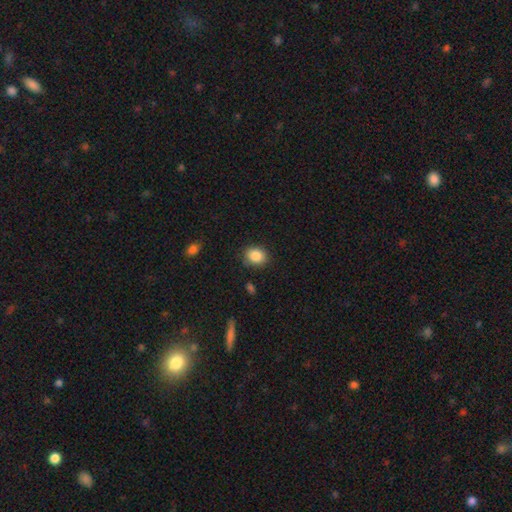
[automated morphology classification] Smooth or featured? Predicted: smooth (p=0.87). How rounded? Predicted: round (p=0.60). Merging? Predicted: none (p=0.83).